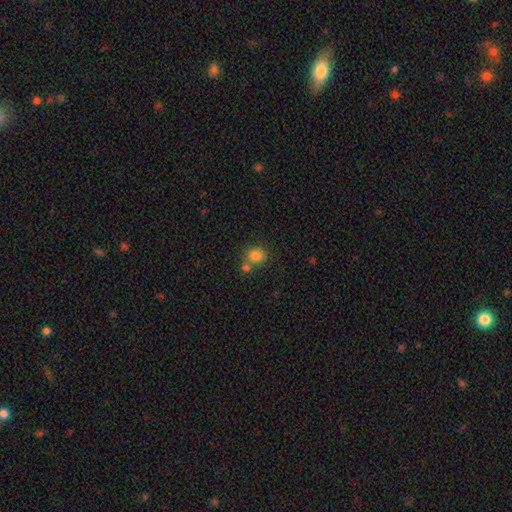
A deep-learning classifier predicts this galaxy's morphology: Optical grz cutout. It shows a smooth galaxy with no disk features (82%) that is round (83%). Merging: none (59%).